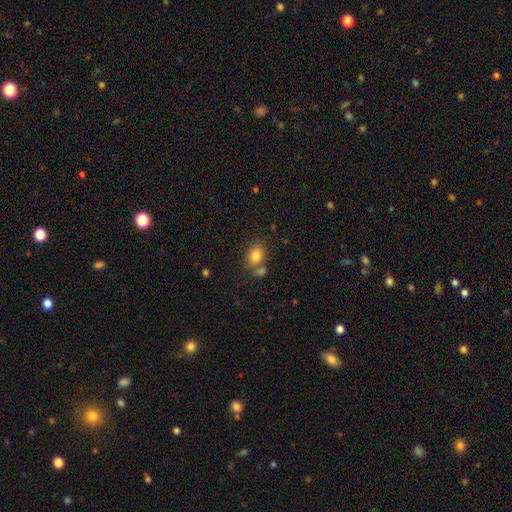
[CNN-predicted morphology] Smooth or featured? Predicted: smooth (p=0.83). How rounded? Predicted: in between (p=0.62). Merging? Predicted: none (p=0.59).